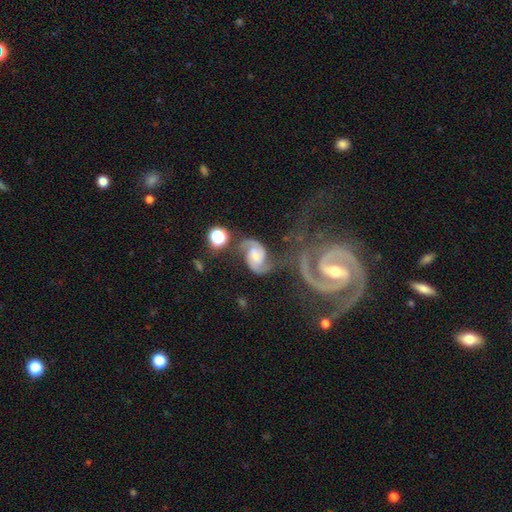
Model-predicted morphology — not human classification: Overall: featured or disk (86%). Edge-on disk: no (98%). Bar: no (49%; weak 40%). Spiral arms: yes (97%). Spiral arm count: 2 (92%). Spiral winding: medium (52%; loose 28%). Bulge size: small (45%; moderate 39%). Merging: none (48%; merger 19%).